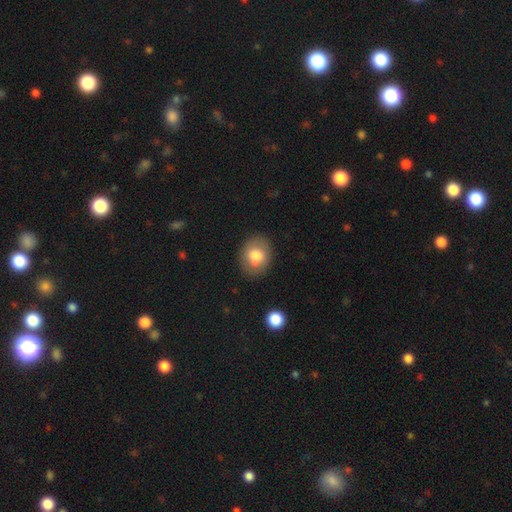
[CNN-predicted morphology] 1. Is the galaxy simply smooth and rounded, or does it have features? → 75% smooth, 17% featured or disk, 8% star or artifact.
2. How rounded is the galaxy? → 55% in between, 44% round, 1% cigar-shaped.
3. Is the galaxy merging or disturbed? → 76% none, 16% minor disturbance, 5% major disturbance, 3% merger.